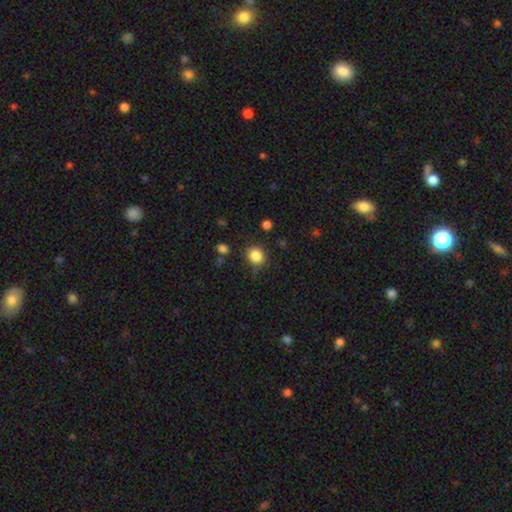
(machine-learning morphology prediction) smooth 86%, star or artifact 10%, featured or disk 4%. Down the decision tree: how rounded — round (75%); merging — none (82%).